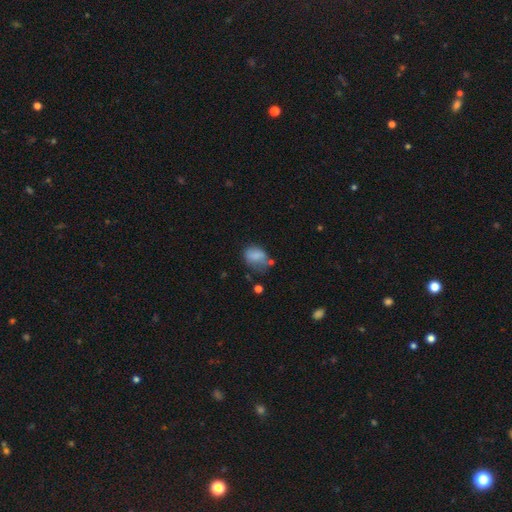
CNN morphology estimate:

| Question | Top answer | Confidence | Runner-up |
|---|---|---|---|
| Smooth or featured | smooth | 79% | featured or disk (11%) |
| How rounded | in between | 63% | round (36%) |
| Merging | none | 44% | minor disturbance (33%) |